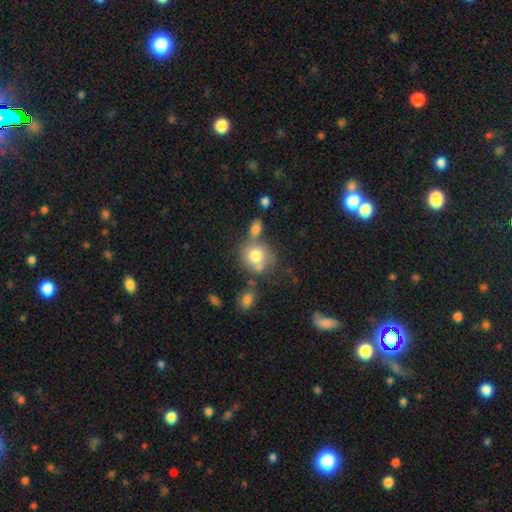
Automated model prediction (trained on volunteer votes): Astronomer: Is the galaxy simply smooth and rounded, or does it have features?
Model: smooth — 75%.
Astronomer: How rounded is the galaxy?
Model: round — 80%.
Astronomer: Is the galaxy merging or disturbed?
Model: none — 49% (runner-up: merger, 31%).